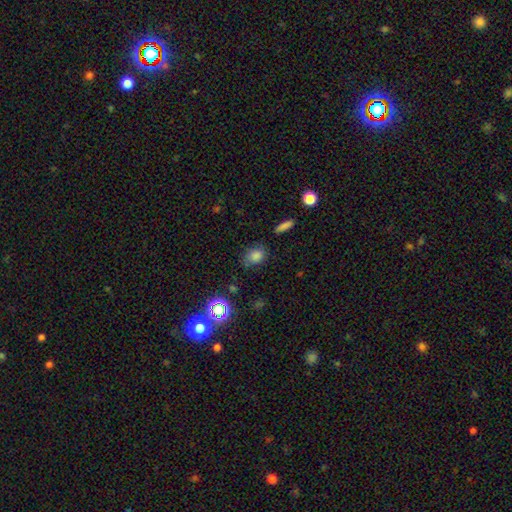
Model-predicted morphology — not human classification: Smooth or featured? Predicted: smooth (p=0.77). How rounded? Predicted: in between (p=0.58). Merging? Predicted: none (p=0.68).